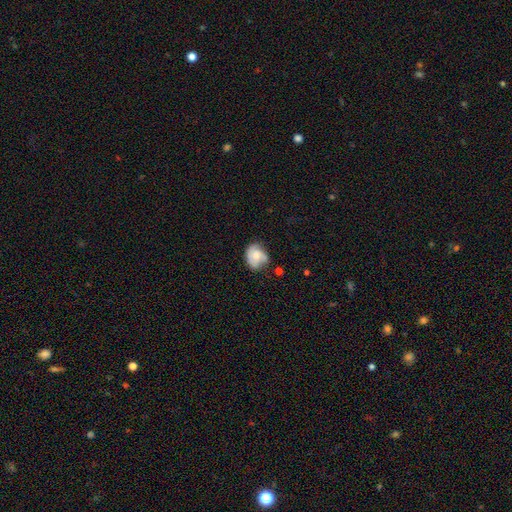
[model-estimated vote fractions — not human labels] smooth 49%, featured or disk 43%, star or artifact 8%. Down the decision tree: merging — none (47%).